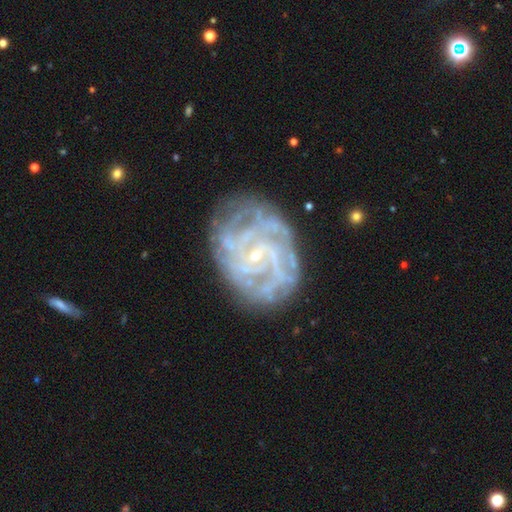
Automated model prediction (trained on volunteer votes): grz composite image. It shows a featured or disk galaxy (86%) with no bar (57%), tight (69%) spiral arms (95%) and a small central bulge (84%). Merging: none (76%).